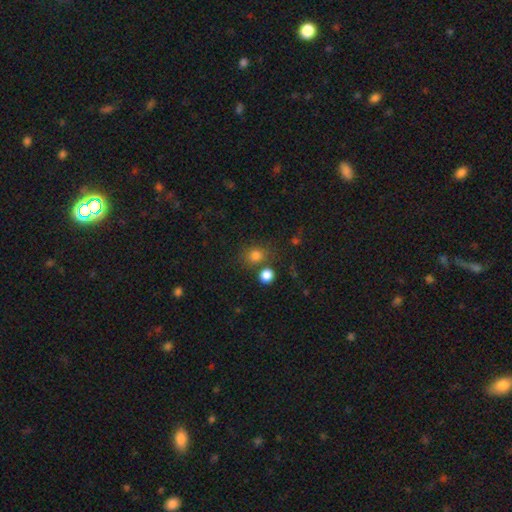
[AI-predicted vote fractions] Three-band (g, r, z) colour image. It shows a smooth galaxy with no disk features (80%) that is round (71%). Merging: none (68%).